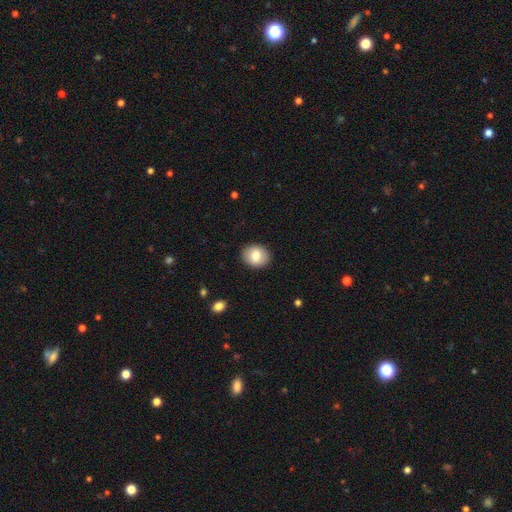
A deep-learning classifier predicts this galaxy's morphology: Overall: smooth (78%). How rounded: round (60%; in between 39%). Merging: none (90%).